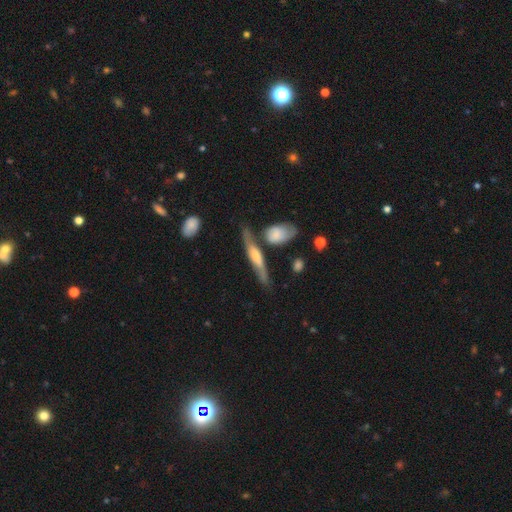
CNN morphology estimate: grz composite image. It shows a featured or disk galaxy (68%) viewed edge-on (77%) with a rounded central bulge (68%). Merging: none (59%).